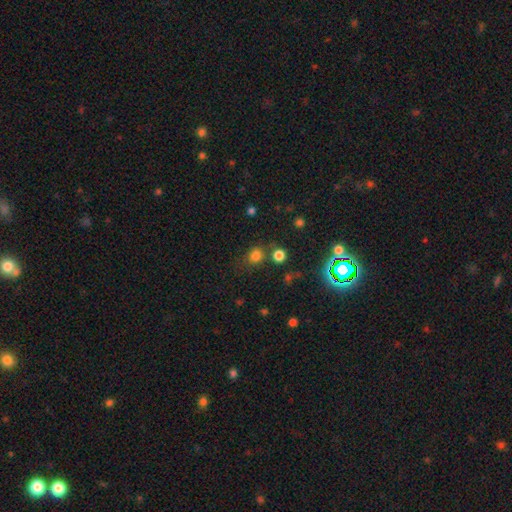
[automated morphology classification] smooth-or-featured: smooth: 75% | star or artifact: 19% | featured or disk: 6%
  how-rounded: round: 74% | in between: 25% | cigar-shaped: 1%
  merging: none: 69% | minor disturbance: 13% | merger: 12% | major disturbance: 6%